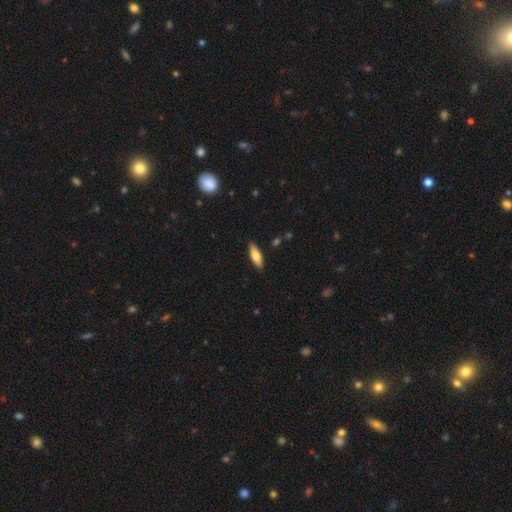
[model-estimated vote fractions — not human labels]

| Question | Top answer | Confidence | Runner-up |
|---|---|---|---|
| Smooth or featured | smooth | 73% | featured or disk (21%) |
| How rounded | in between | 58% | cigar-shaped (40%) |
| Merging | none | 87% | minor disturbance (10%) |